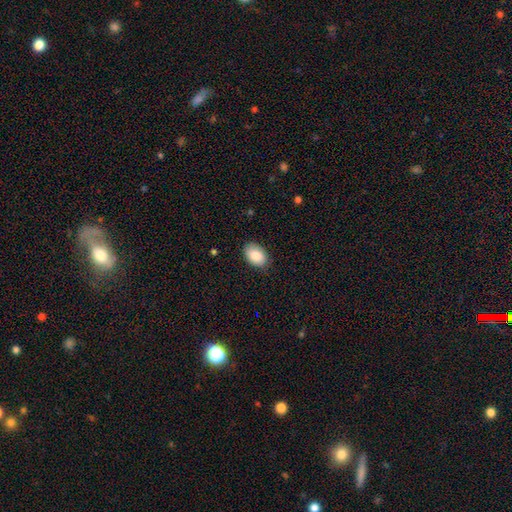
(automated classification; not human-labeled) Smooth or featured? smooth (85%)
How rounded? in between (87%)
Merging? none (84%)